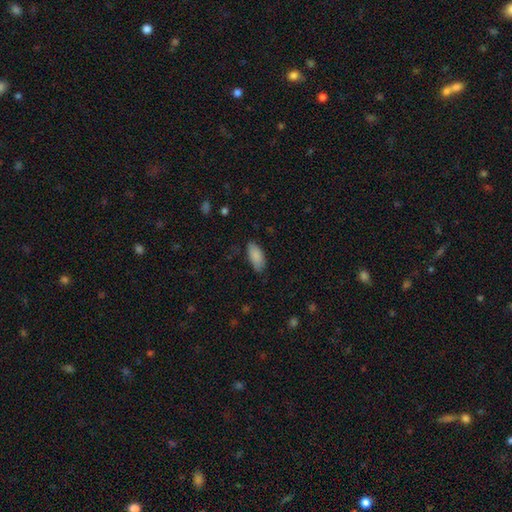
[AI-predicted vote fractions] smooth_or_featured: smooth (p=0.88) [alt: star or artifact p=0.07]
how_rounded: in between (p=0.90) [alt: cigar-shaped p=0.08]
merging: none (p=0.76) [alt: minor disturbance p=0.19]